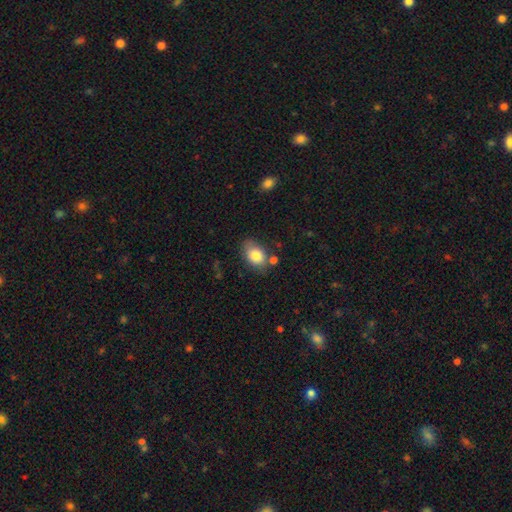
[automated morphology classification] smooth 81%, featured or disk 11%, star or artifact 8%. Down the decision tree: how rounded — in between (80%); merging — none (67%).